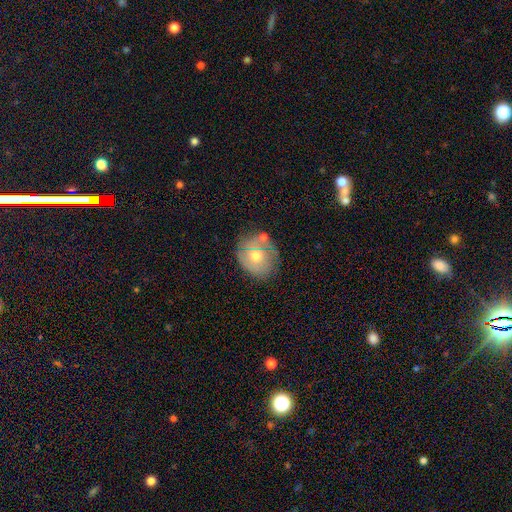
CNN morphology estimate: This appears to be a smooth galaxy with no disk features (56%) that is round (67%). Merging: none (59%).